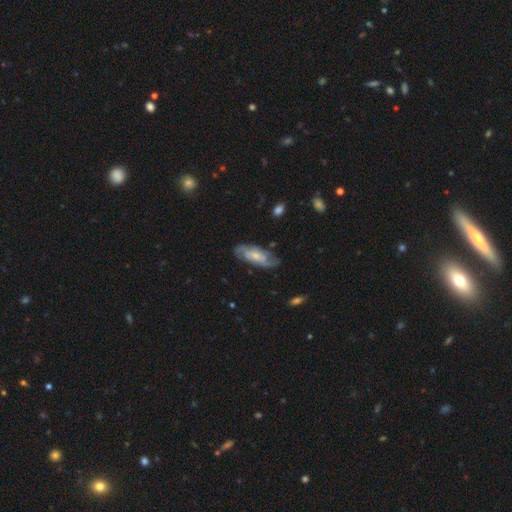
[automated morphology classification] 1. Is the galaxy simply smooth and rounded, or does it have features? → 73% featured or disk, 21% smooth, 5% star or artifact.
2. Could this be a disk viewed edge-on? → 92% no, 8% yes.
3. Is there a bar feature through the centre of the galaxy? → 60% no, 33% weak, 8% strong.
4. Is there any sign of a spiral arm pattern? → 92% yes, 8% no.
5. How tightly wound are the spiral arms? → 44% medium, 37% tight, 19% loose.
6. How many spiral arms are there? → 64% 2, 19% can't tell, 9% 3, 3% 1, 3% 4, 2% more than 4.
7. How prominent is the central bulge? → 57% small, 32% moderate, 6% none, 3% large, 1% dominant.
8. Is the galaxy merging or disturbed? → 73% none, 19% minor disturbance, 7% major disturbance, 2% merger.